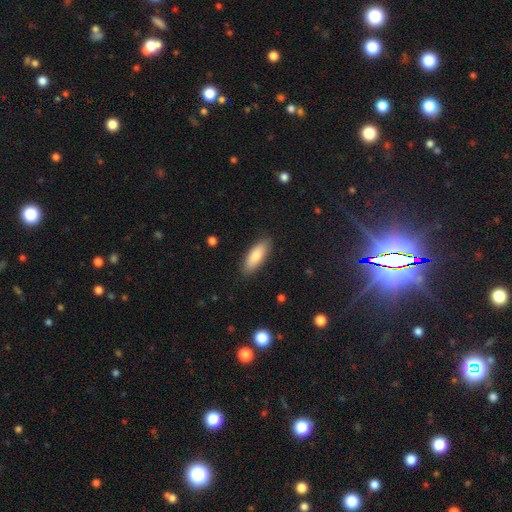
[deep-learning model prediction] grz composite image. It shows a smooth galaxy with no disk features (82%) that is in between round and cigar-shaped (70%). Merging: none (86%).